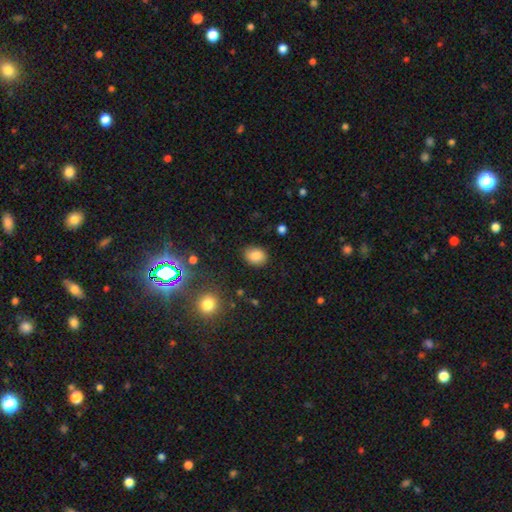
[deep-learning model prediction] Q: Smooth or featured?
A: smooth (84%); runner-up: star or artifact (10%)
Q: How rounded?
A: in between (57%); runner-up: round (42%)
Q: Merging?
A: none (84%); runner-up: minor disturbance (11%)